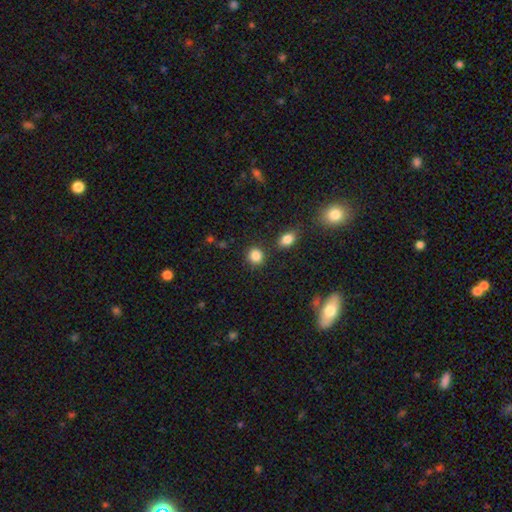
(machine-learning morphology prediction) Smooth or featured: smooth — 86% (star or artifact — 10%)
How rounded: round — 83% (in between — 16%)
Merging: none — 83% (minor disturbance — 9%)